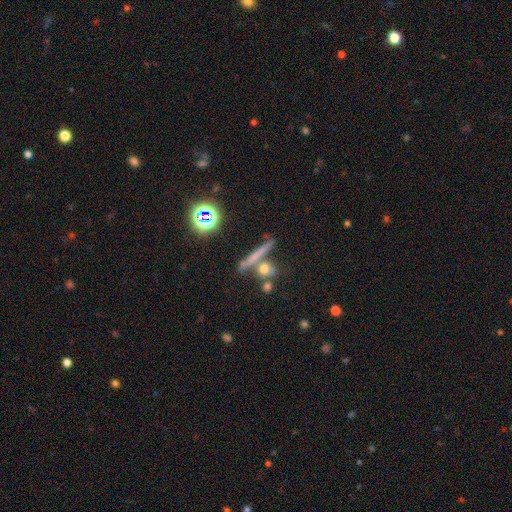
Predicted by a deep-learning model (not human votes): Smooth or featured: smooth — 45% (featured or disk — 35%)
Merging: none — 70% (merger — 15%)